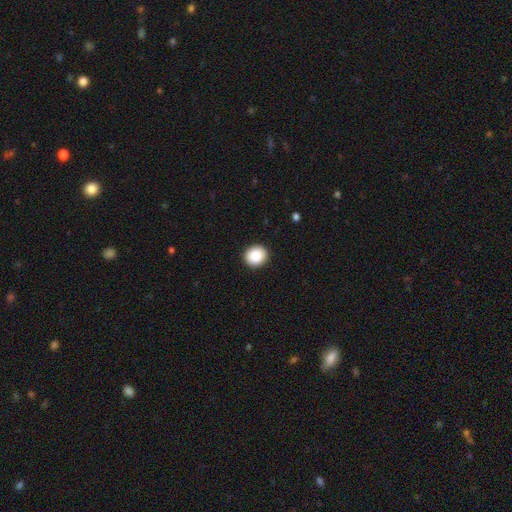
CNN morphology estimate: This appears to be a smooth galaxy with no disk features (88%) that is round (83%). Merging: none (92%).